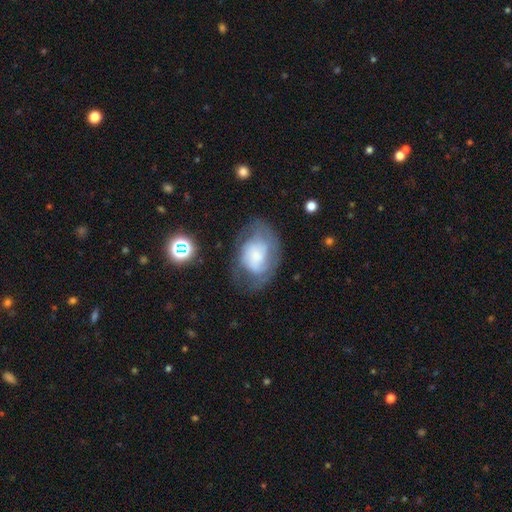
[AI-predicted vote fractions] This is possibly a featured or disk galaxy (51%). It is clearly not viewed edge-on (96%). Merging: possibly none (51%).